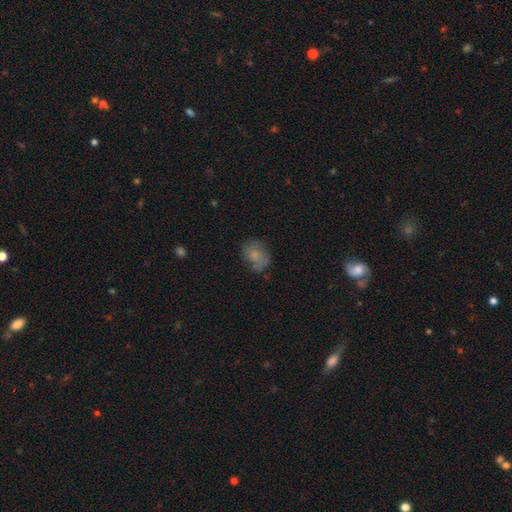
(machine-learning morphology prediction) Smooth or featured: smooth — 67% (featured or disk — 22%)
How rounded: in between — 52% (round — 47%)
Merging: none — 55% (minor disturbance — 27%)